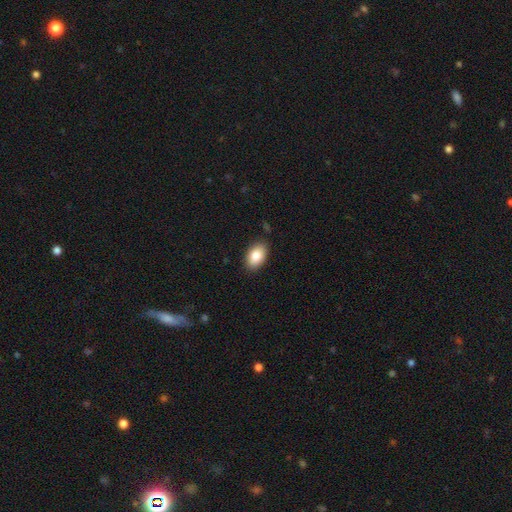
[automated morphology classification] smooth 84%, featured or disk 9%, star or artifact 7%. Down the decision tree: how rounded — in between (91%); merging — none (87%).